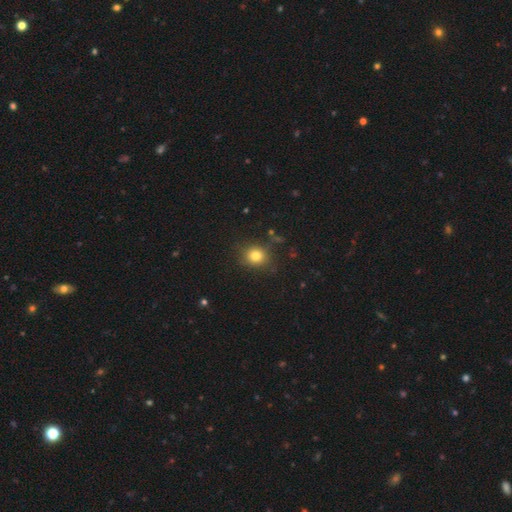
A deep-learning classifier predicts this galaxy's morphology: The model was most divided on "how rounded": round: 79%, in between: 20%, cigar-shaped: 1%. More confident: merging — none (84%); smooth or featured — smooth (80%).